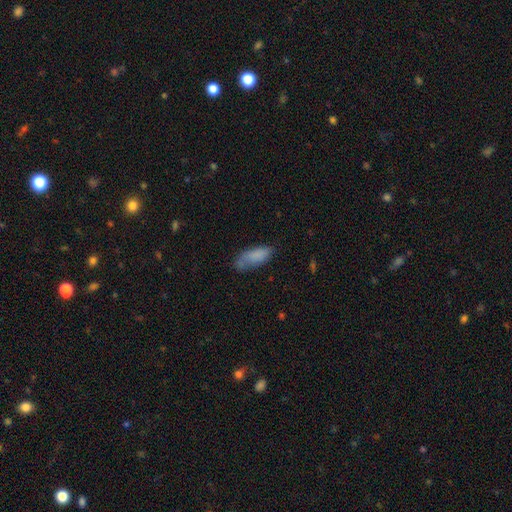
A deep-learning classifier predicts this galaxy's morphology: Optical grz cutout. It shows a smooth galaxy with no disk features (81%) that is in between round and cigar-shaped (70%). Merging: none (53%).